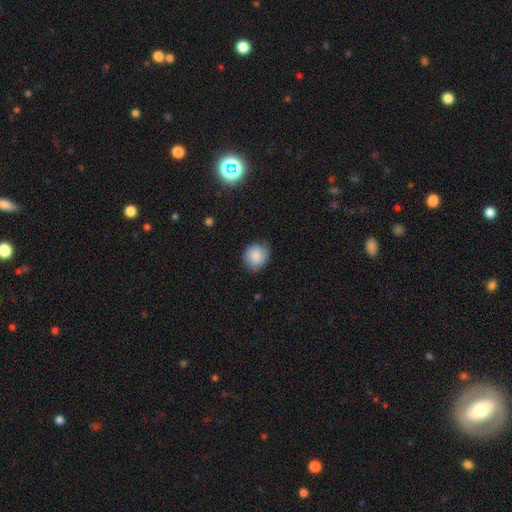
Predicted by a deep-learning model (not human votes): The model was most divided on "merging": none: 68%, minor disturbance: 25%, major disturbance: 5%, merger: 1%. More confident: smooth or featured — smooth (83%); how rounded — round (78%).